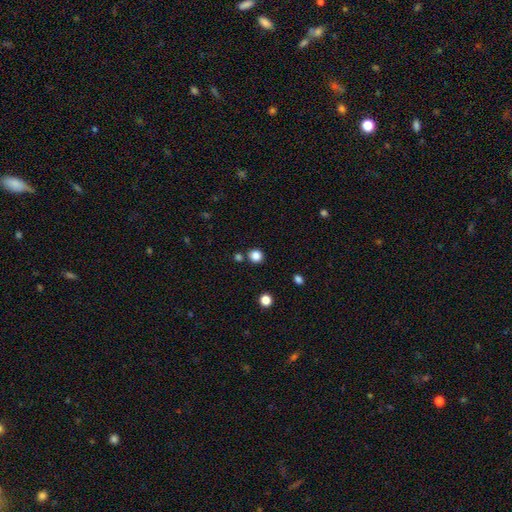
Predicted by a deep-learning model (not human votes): Smooth or featured? Predicted: smooth (p=0.84). How rounded? Predicted: round (p=0.91). Merging? Predicted: none (p=0.83).